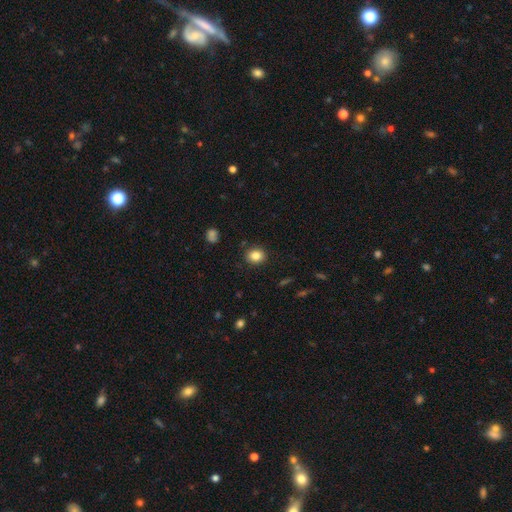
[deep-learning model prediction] Smooth or featured: smooth — 84% (star or artifact — 10%)
How rounded: round — 68% (in between — 31%)
Merging: none — 89% (minor disturbance — 8%)